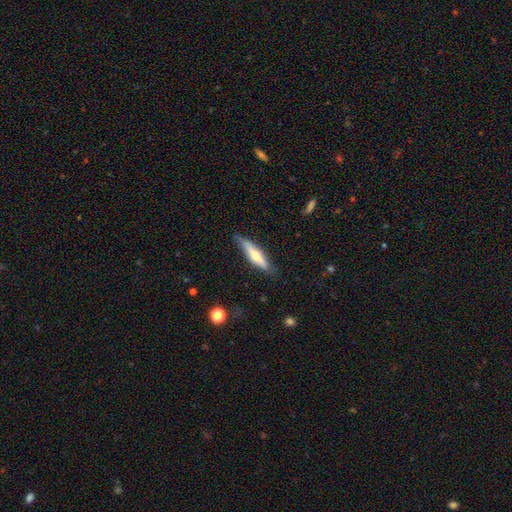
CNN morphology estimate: Q: Smooth or featured?
A: smooth (49%); runner-up: featured or disk (45%)
Q: Merging?
A: none (78%); runner-up: minor disturbance (17%)